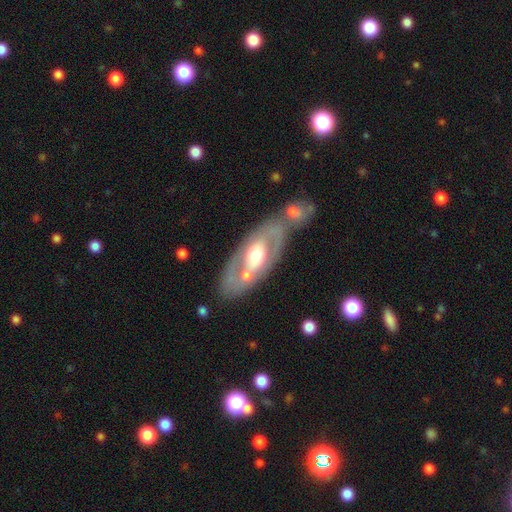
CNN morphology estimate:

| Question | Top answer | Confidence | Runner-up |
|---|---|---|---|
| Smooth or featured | featured or disk | 66% | smooth (29%) |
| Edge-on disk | no | 86% | yes (14%) |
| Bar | no | 62% | weak (24%) |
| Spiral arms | no | 65% | yes (35%) |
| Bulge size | moderate | 69% | large (17%) |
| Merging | none | 52% | merger (25%) |